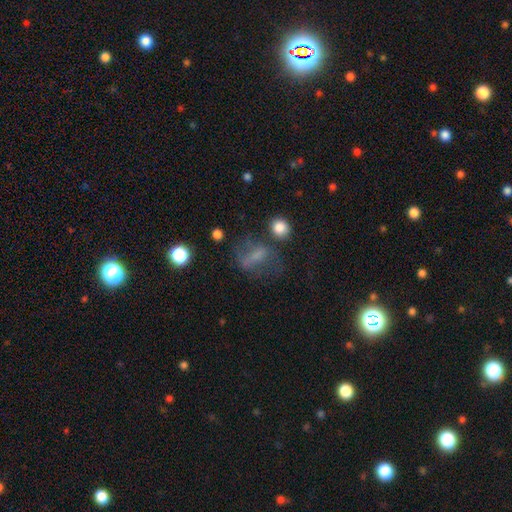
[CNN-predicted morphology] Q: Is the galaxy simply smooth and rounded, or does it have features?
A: smooth — 46%.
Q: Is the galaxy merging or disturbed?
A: none — 44%.